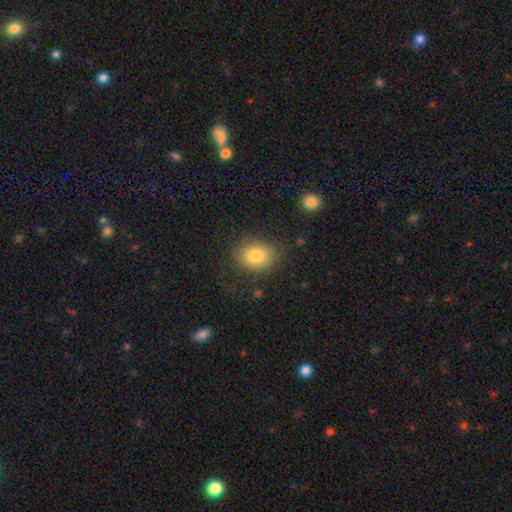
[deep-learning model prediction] A smooth galaxy with no disk features (79%) that is round (53%). Merging: none (76%).